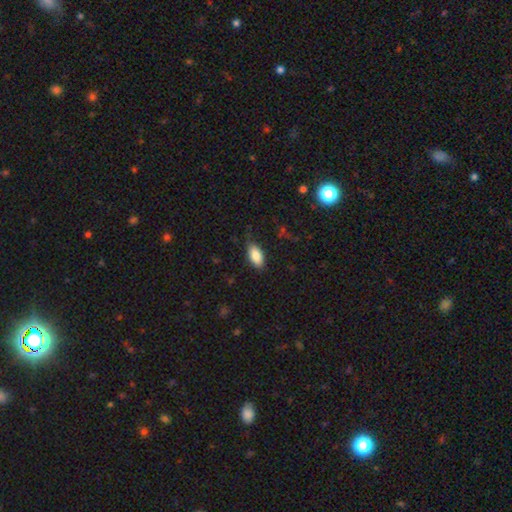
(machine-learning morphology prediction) A smooth galaxy with no disk features (86%) that is in between round and cigar-shaped (91%). Merging: none (80%).